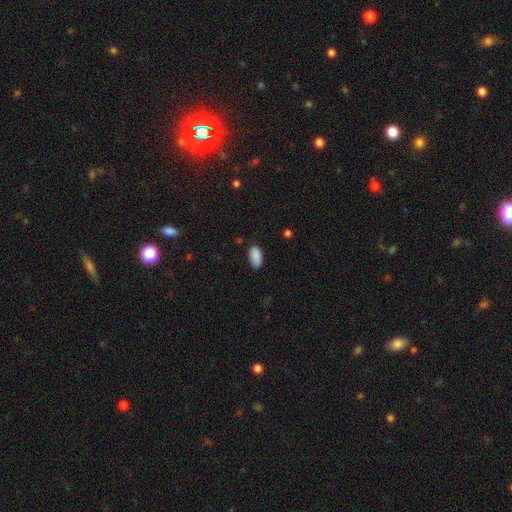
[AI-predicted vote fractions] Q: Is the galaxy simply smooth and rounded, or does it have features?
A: smooth — 89%.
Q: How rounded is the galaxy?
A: in between — 94%.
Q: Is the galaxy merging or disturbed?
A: none — 78%.